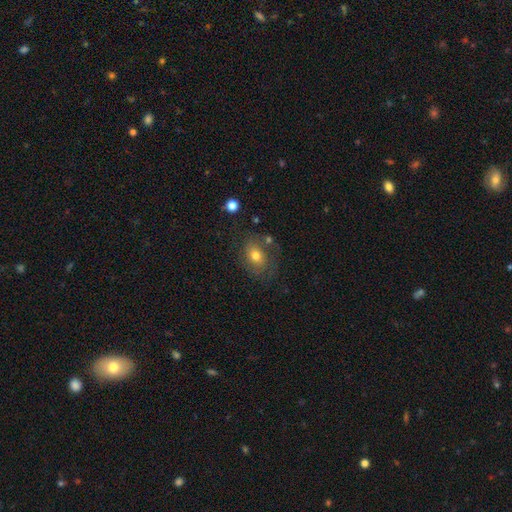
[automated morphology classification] Smooth or featured? Predicted: smooth (p=0.62). How rounded? Predicted: in between (p=0.61). Merging? Predicted: none (p=0.61).